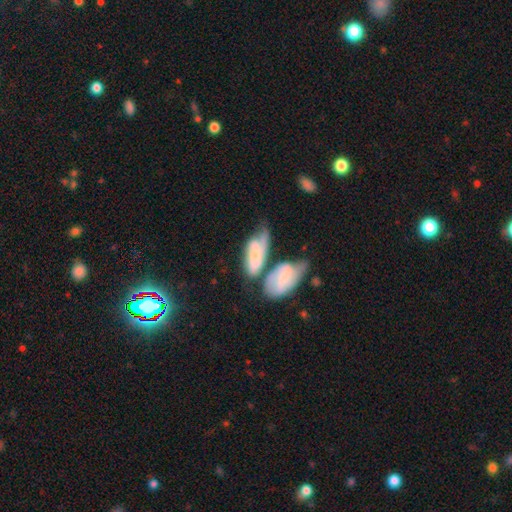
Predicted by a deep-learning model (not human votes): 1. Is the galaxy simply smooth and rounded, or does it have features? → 46% smooth (tied), 46% featured or disk (tied), 8% star or artifact.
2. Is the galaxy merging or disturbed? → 45% merger, 21% none, 18% minor disturbance, 16% major disturbance.